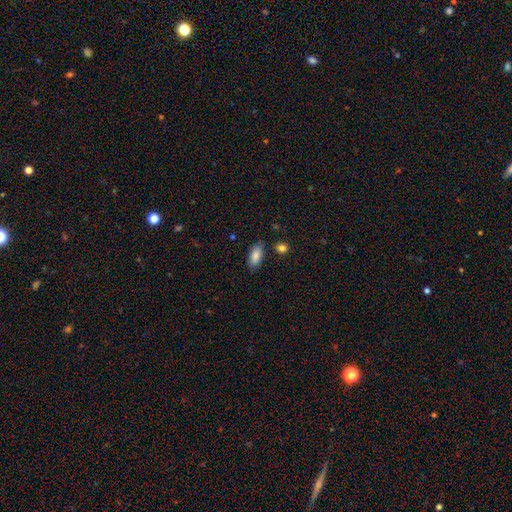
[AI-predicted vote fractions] smooth_or_featured: smooth (p=0.86) [alt: featured or disk p=0.08]
how_rounded: in between (p=0.87) [alt: cigar-shaped p=0.11]
merging: none (p=0.81) [alt: minor disturbance p=0.14]